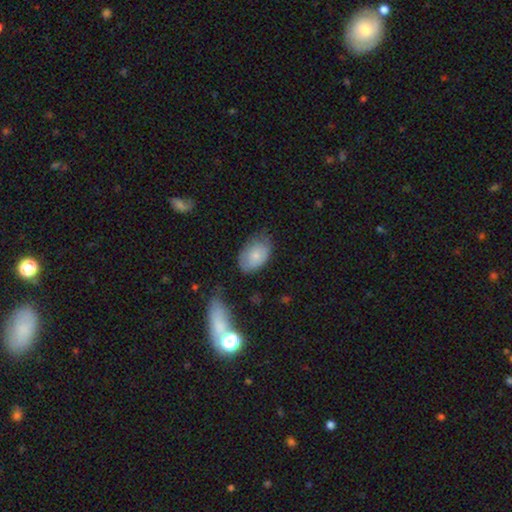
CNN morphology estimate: Smooth or featured?
  - smooth: 79% *
  - featured or disk: 15%
  - star or artifact: 7%
How rounded?
  - in between: 89% *
  - round: 10%
  - cigar-shaped: 1%
Merging?
  - none: 57% *
  - minor disturbance: 32%
  - major disturbance: 8%
  - merger: 3%